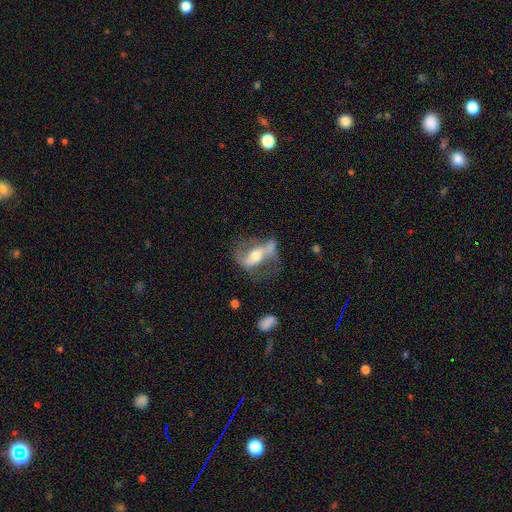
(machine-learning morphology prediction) smooth_or_featured: featured or disk (p=0.77) [alt: smooth p=0.17]
disk_edge_on: no (p=0.85) [alt: yes p=0.15]
bar: strong (p=0.55) [alt: weak p=0.25]
has_spiral_arms: yes (p=0.73) [alt: no p=0.27]
bulge_size: moderate (p=0.66) [alt: small p=0.23]
merging: none (p=0.49) [alt: major disturbance p=0.23]